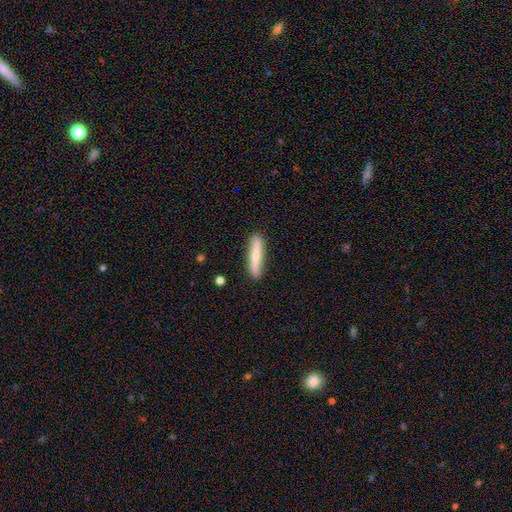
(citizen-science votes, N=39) Q: Smooth or featured?
A: smooth (49%); runner-up: featured or disk (44%)
Q: How rounded?
A: cigar-shaped (100%)
Q: Merging?
A: none (94%); runner-up: minor disturbance (6%)